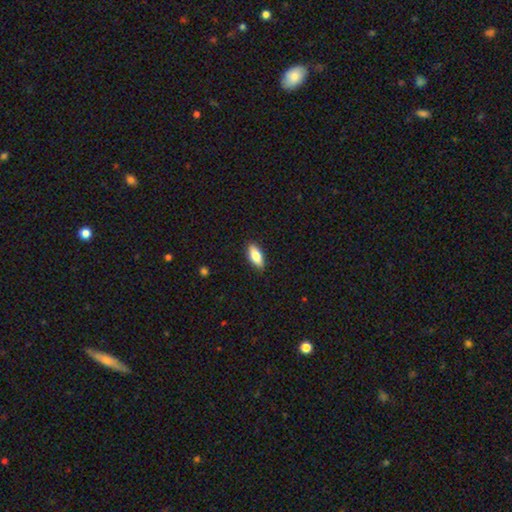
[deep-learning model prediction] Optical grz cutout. It shows a smooth galaxy with no disk features (80%) that is in between round and cigar-shaped (80%). Merging: none (89%).